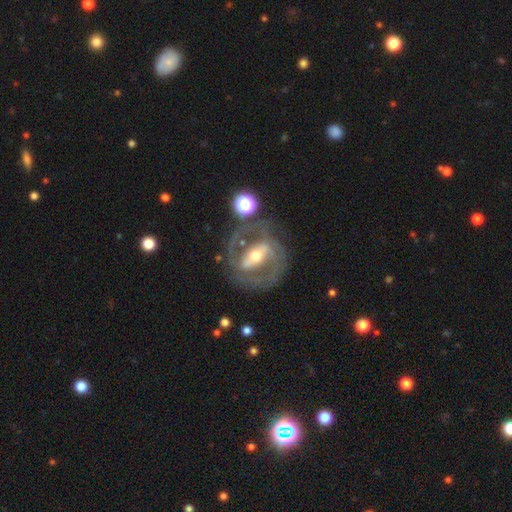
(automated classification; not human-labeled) A featured or disk galaxy (85%) with a strong bar (60%), 2 (83%) medium (48%) spiral arms (83%) and a moderate central bulge (63%).

Vote fractions:
- Smooth or featured? featured or disk: 85% / smooth: 9% / star or artifact: 6%
- Edge-on disk? no: 95% / yes: 5%
- Bar? strong: 60% / weak: 26% / no: 14%
- Spiral arms? yes: 83% / no: 17%
- Spiral winding? medium: 48% / tight: 37% / loose: 14%
- Spiral arm count? 2: 83% / can't tell: 8% / 3: 3% / 1: 3% / 4: 1% / more than 4: 1%
- Bulge size? moderate: 63% / small: 29% / large: 6% / none: 1% / dominant: 1%
- Merging? none: 70% / minor disturbance: 14% / major disturbance: 11% / merger: 5%